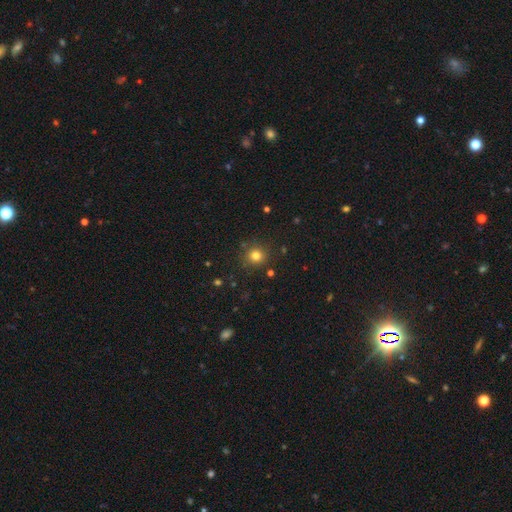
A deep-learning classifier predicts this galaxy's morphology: smooth 79%, star or artifact 15%, featured or disk 6%. Down the decision tree: how rounded — round (91%); merging — none (87%).